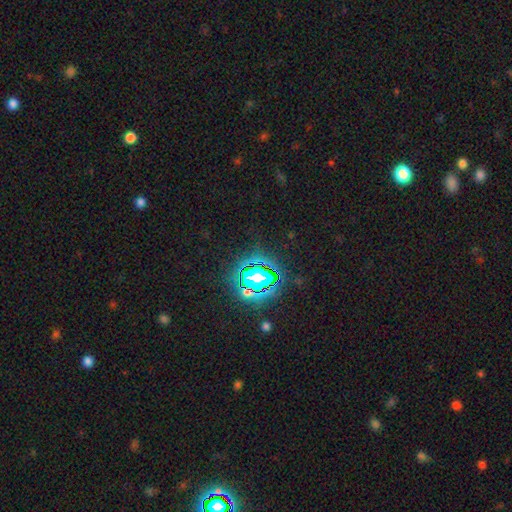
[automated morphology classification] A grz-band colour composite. It shows a star or artifact, not a galaxy (84%).